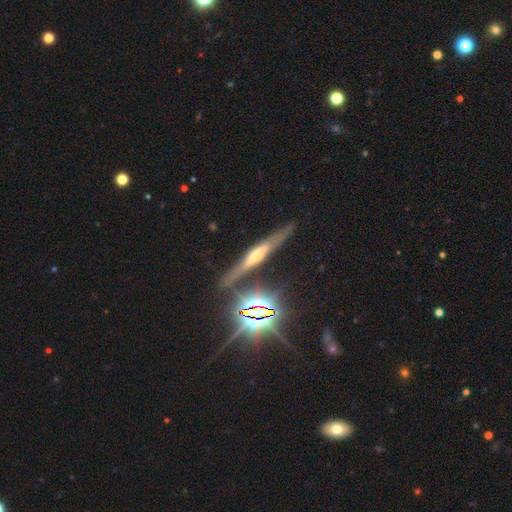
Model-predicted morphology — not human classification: A featured or disk galaxy (58%) viewed edge-on (90%) with a rounded central bulge (54%).

Vote fractions:
- Smooth or featured? featured or disk: 58% / star or artifact: 23% / smooth: 19%
- Edge-on disk? yes: 90% / no: 10%
- Edge-on bulge? rounded: 54% / boxy: 28% / none: 18%
- Merging? none: 78% / minor disturbance: 14% / merger: 4% / major disturbance: 4%